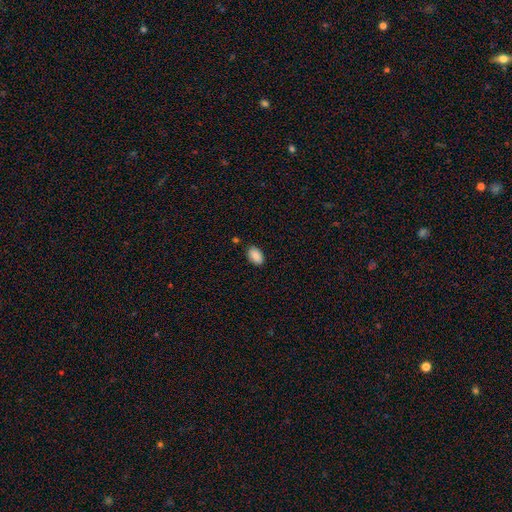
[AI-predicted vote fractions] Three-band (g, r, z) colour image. It shows a smooth galaxy with no disk features (89%) that is in between round and cigar-shaped (92%). Merging: none (85%).